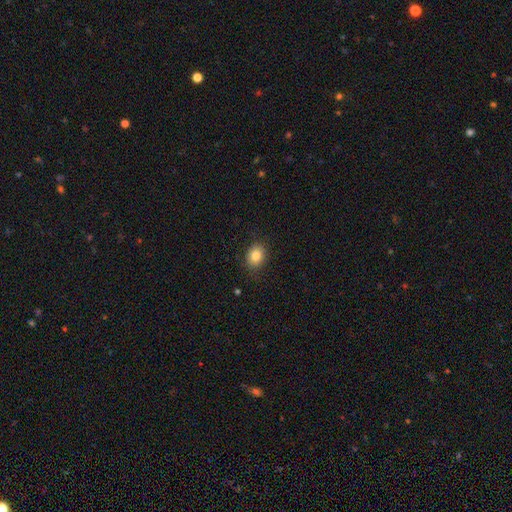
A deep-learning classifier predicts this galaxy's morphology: A smooth galaxy with no disk features (83%) that is in between round and cigar-shaped (54%).

Vote fractions:
- Smooth or featured? smooth: 83% / star or artifact: 10% / featured or disk: 8%
- How rounded? in between: 54% / round: 45% / cigar-shaped: 1%
- Merging? none: 87% / minor disturbance: 10% / major disturbance: 2% / merger: 1%